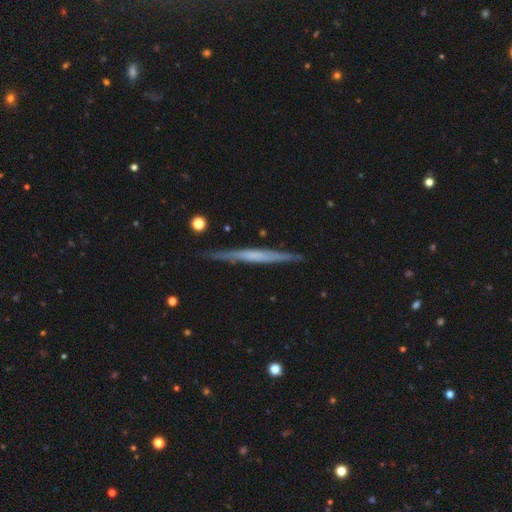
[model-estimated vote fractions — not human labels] smooth-or-featured: featured or disk: 62% | smooth: 32% | star or artifact: 5%
  disk-edge-on: yes: 97% | no: 3%
    edge-on-bulge: none: 73% | rounded: 15% | boxy: 13%
  merging: none: 88% | minor disturbance: 9% | major disturbance: 2% | merger: 1%